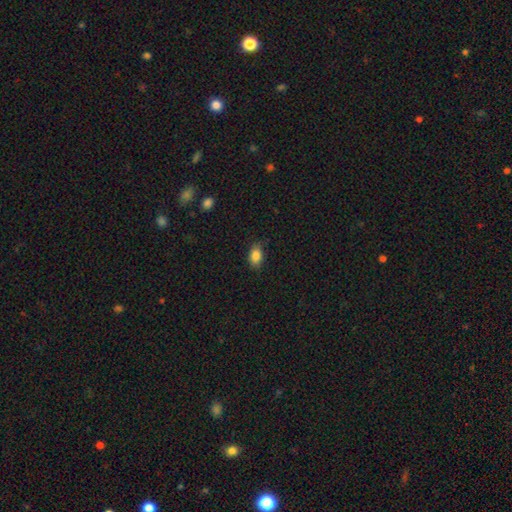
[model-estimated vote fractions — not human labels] This is clearly a smooth galaxy (86%). How rounded: clearly in between (85%). Merging: likely none (80%).